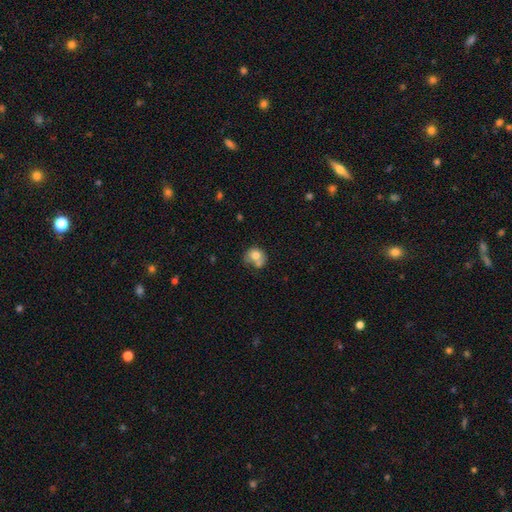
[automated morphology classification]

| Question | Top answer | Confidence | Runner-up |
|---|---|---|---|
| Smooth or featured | smooth | 73% | featured or disk (18%) |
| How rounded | round | 67% | in between (32%) |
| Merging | merger | 35% | none (34%) |